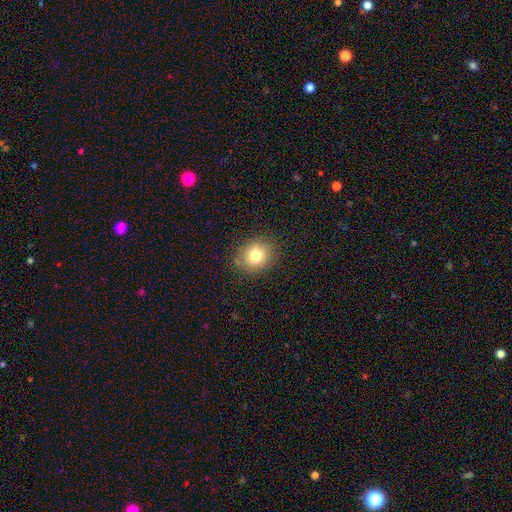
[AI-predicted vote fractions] A smooth galaxy with no disk features (79%) that is round (69%).

Vote fractions:
- Smooth or featured? smooth: 79% / star or artifact: 11% / featured or disk: 10%
- How rounded? round: 69% / in between: 30% / cigar-shaped: 1%
- Merging? none: 83% / minor disturbance: 12% / major disturbance: 3% / merger: 1%